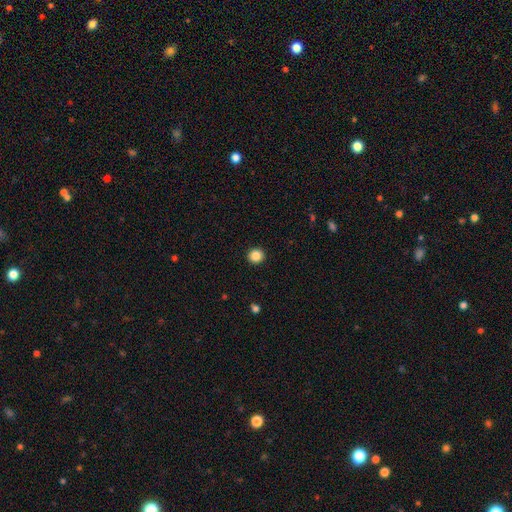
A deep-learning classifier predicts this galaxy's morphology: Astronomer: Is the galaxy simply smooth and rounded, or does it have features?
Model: smooth — 86%.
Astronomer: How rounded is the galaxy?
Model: round — 94%.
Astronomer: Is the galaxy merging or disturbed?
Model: none — 93%.